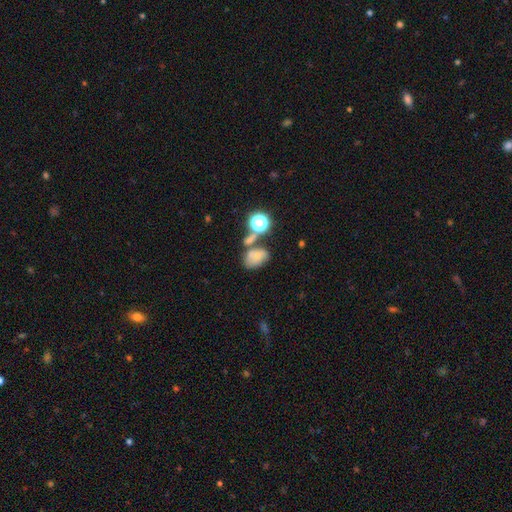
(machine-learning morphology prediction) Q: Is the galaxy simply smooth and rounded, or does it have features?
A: smooth — 61%.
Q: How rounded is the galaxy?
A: in between — 75%.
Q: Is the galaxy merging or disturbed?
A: none — 38%.